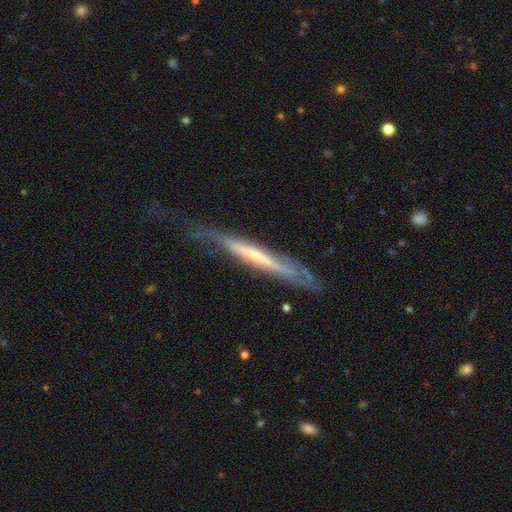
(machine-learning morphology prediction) Q: Smooth or featured?
A: featured or disk (69%); runner-up: smooth (25%)
Q: Edge-on disk?
A: yes (82%); runner-up: no (18%)
Q: Edge-on bulge?
A: none (68%); runner-up: rounded (24%)
Q: Merging?
A: none (54%); runner-up: minor disturbance (27%)